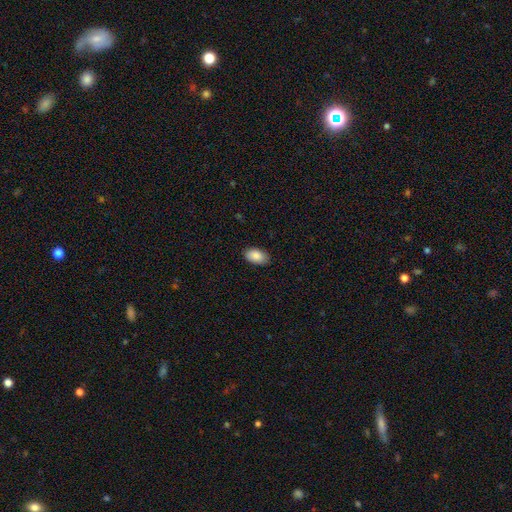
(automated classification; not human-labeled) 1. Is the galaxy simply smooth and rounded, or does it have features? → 88% smooth, 7% star or artifact, 5% featured or disk.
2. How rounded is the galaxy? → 94% in between, 5% round, 1% cigar-shaped.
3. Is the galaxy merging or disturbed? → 87% none, 10% minor disturbance, 2% major disturbance, 1% merger.